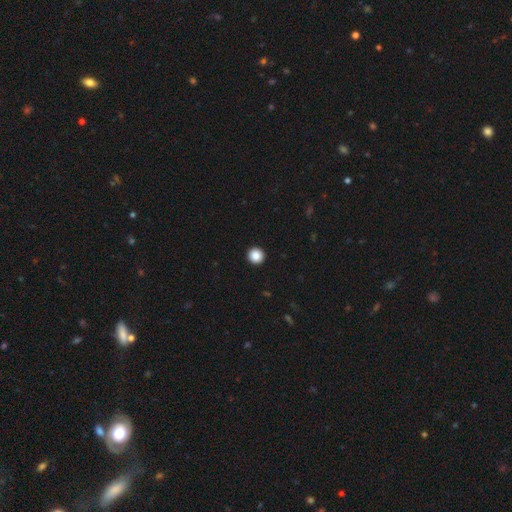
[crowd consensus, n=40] Morphology: type=smooth (88%); roundness=round (97%); merging=none (95%).